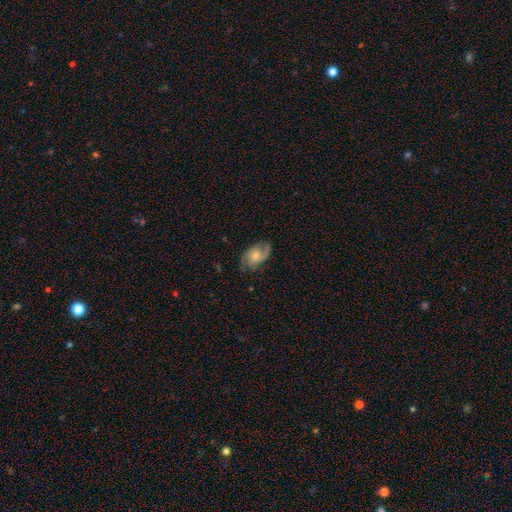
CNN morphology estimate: smooth-or-featured: featured or disk: 56% | smooth: 37% | star or artifact: 7%
  disk-edge-on: no: 95% | yes: 5%
    bar: no: 73% | weak: 23% | strong: 4%
    has-spiral-arms: yes: 84% | no: 16%
    bulge-size: moderate: 50% | small: 43% | large: 4% | none: 2% | dominant: 1%
  merging: none: 67% | minor disturbance: 23% | major disturbance: 9% | merger: 1%